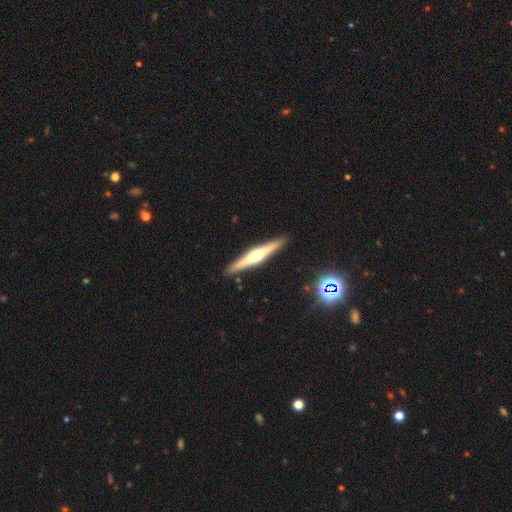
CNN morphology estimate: This is likely a featured or disk galaxy (71%). It is clearly viewed edge-on (98%). Edge-on bulge: clearly rounded (90%). Merging: clearly none (91%).